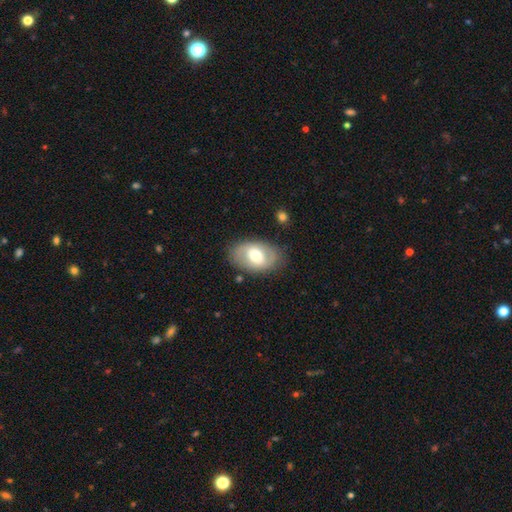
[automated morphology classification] smooth_or_featured: smooth (p=0.52) [alt: featured or disk p=0.42]
how_rounded: in between (p=0.87) [alt: round p=0.12]
merging: none (p=0.79) [alt: minor disturbance p=0.14]